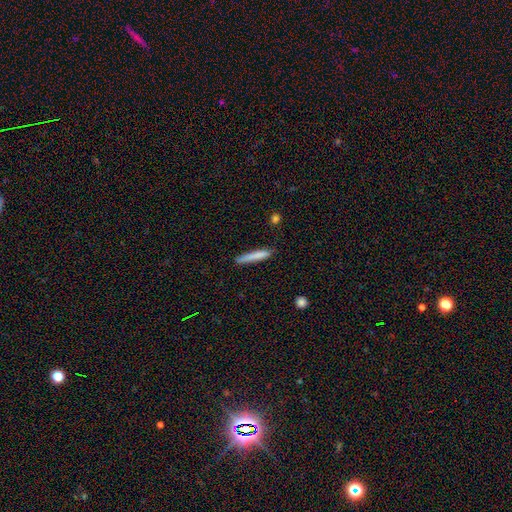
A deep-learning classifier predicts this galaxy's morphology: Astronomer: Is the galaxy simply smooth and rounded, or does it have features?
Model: smooth — 78%.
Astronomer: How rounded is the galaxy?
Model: cigar-shaped — 94%.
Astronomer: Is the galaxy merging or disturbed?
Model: none — 83%.